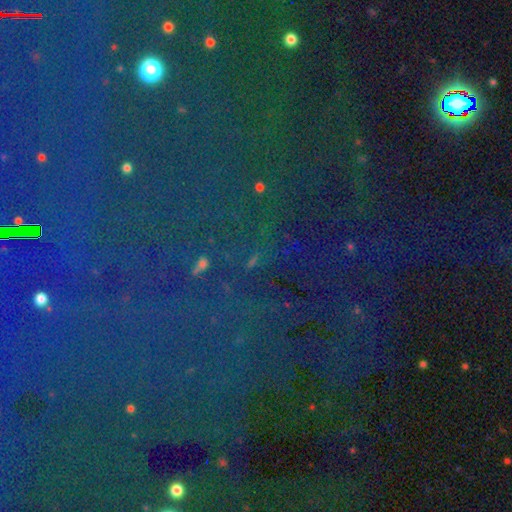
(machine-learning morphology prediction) star or artifact 82%, smooth 11%, featured or disk 8%.